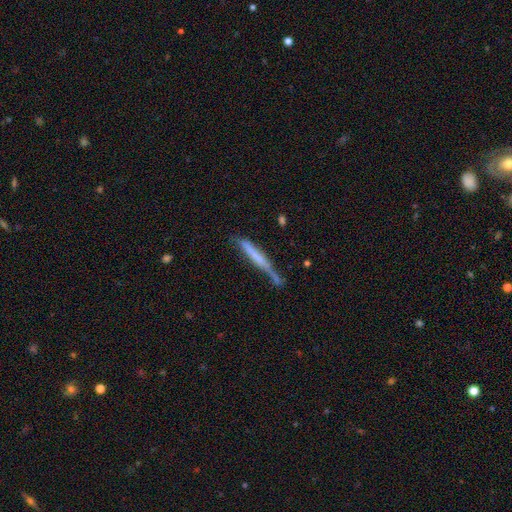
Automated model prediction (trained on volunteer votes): Smooth or featured? smooth (49%)
Merging? none (51%)